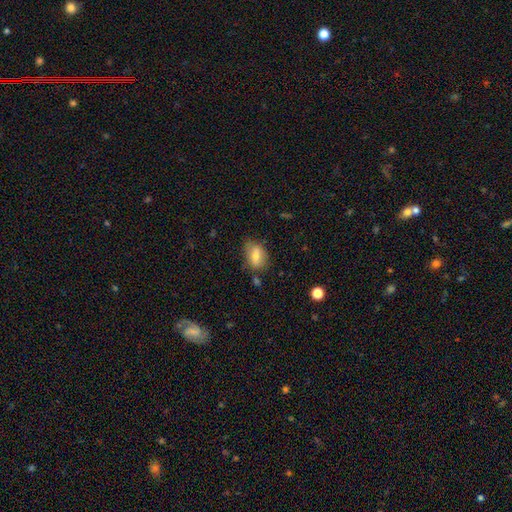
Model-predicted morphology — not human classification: Q: Smooth or featured?
A: smooth (68%); runner-up: featured or disk (23%)
Q: How rounded?
A: in between (80%); runner-up: round (17%)
Q: Merging?
A: none (67%); runner-up: minor disturbance (23%)